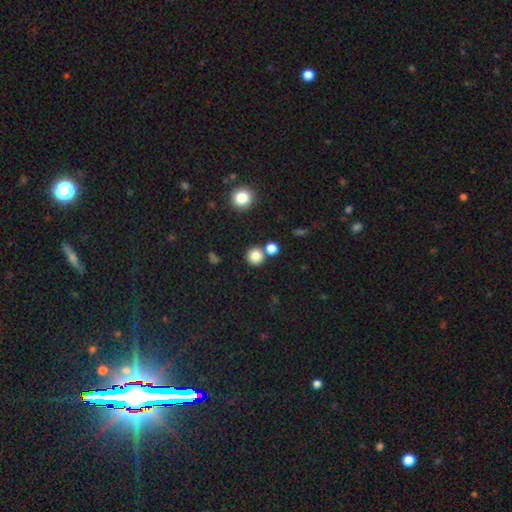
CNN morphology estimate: Smooth or featured: smooth — 82% (star or artifact — 12%)
How rounded: round — 91% (in between — 8%)
Merging: none — 75% (merger — 15%)